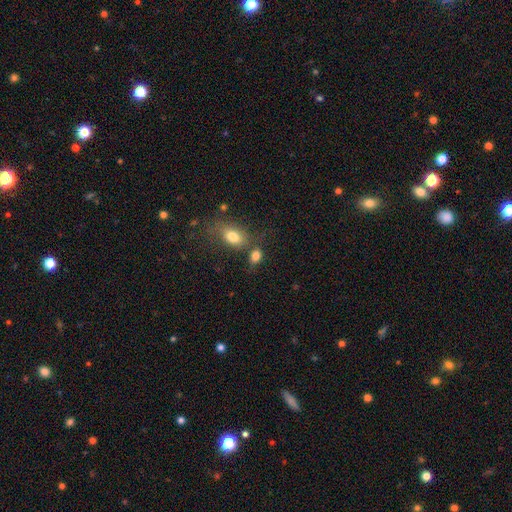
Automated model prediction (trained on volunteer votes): A smooth galaxy with no disk features (81%) that is in between round and cigar-shaped (75%). Merging: none (52%).